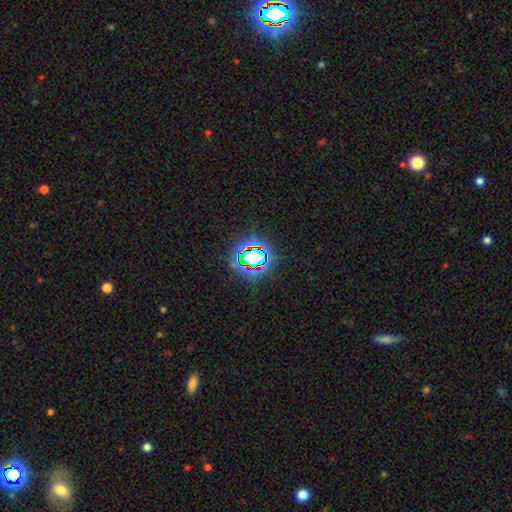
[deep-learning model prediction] Morphology: type=star or artifact (68%).